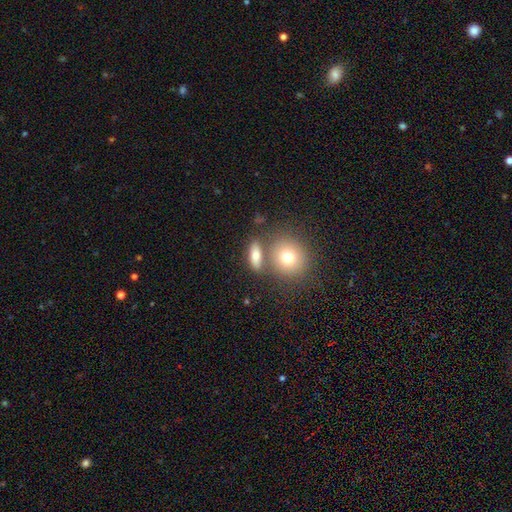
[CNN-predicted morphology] Smooth or featured?
  - smooth: 73% *
  - featured or disk: 17%
  - star or artifact: 10%
How rounded?
  - in between: 57% *
  - round: 26%
  - cigar-shaped: 17%
Merging?
  - none: 64% *
  - merger: 20%
  - minor disturbance: 11%
  - major disturbance: 5%